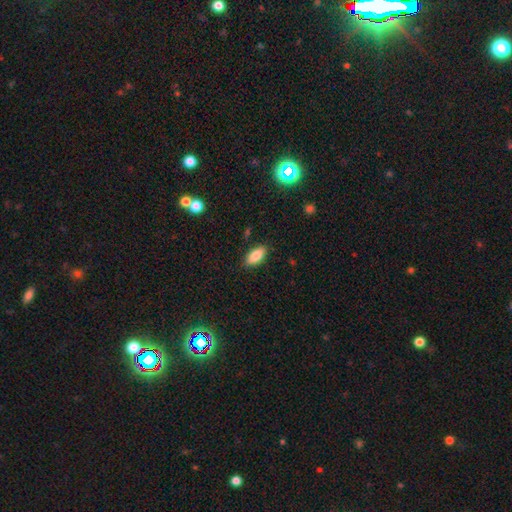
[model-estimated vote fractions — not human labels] Overall: smooth (85%). How rounded: in between (86%). Merging: none (86%).